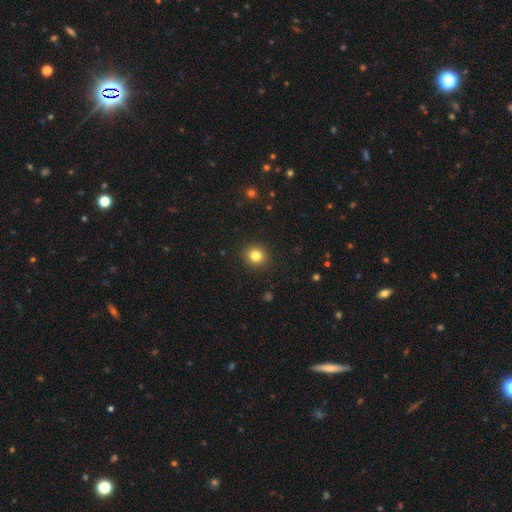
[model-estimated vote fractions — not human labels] Morphology: type=smooth (82%); roundness=round (86%); merging=none (91%).